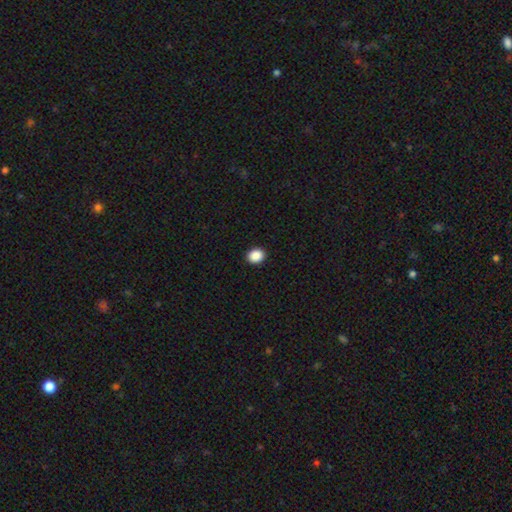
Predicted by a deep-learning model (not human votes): The model was most divided on "how rounded": round: 63%, in between: 36%, cigar-shaped: 1%. More confident: merging — none (92%); smooth or featured — smooth (89%).